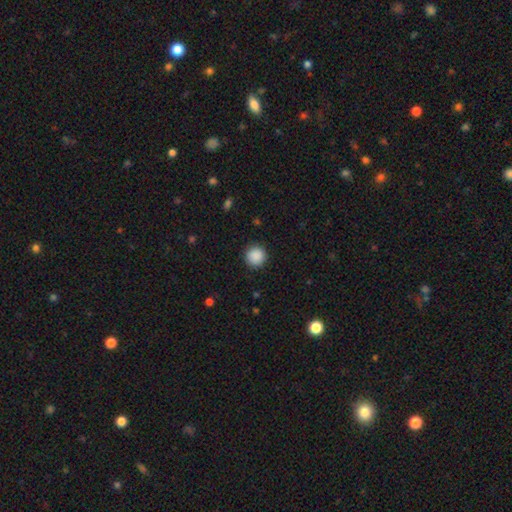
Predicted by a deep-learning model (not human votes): smooth 89%, star or artifact 9%, featured or disk 2%. Down the decision tree: how rounded — round (95%); merging — none (91%).